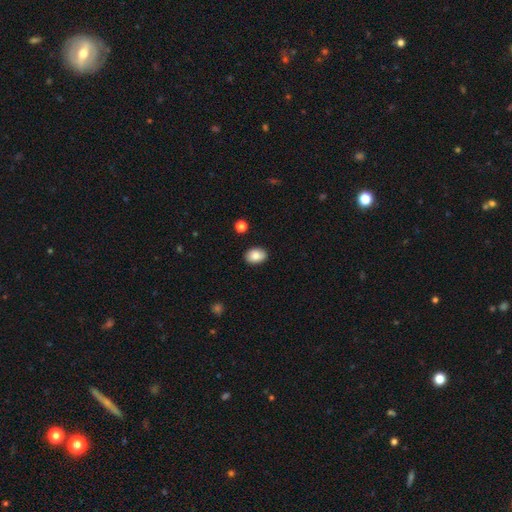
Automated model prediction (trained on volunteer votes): Smooth or featured?
  - smooth: 86% *
  - star or artifact: 8%
  - featured or disk: 6%
How rounded?
  - in between: 79% *
  - round: 20%
  - cigar-shaped: 1%
Merging?
  - none: 87% *
  - minor disturbance: 9%
  - major disturbance: 2%
  - merger: 2%